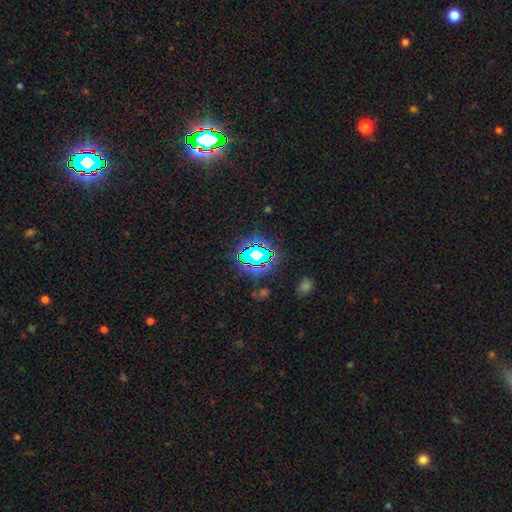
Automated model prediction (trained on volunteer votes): smooth-or-featured: star or artifact: 68% | smooth: 19% | featured or disk: 12%